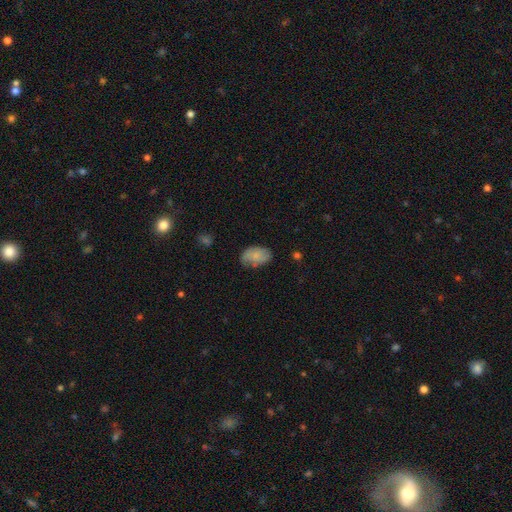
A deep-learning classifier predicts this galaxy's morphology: smooth_or_featured: smooth (p=0.73) [alt: featured or disk p=0.20]
how_rounded: in between (p=0.90) [alt: round p=0.09]
merging: none (p=0.56) [alt: minor disturbance p=0.32]